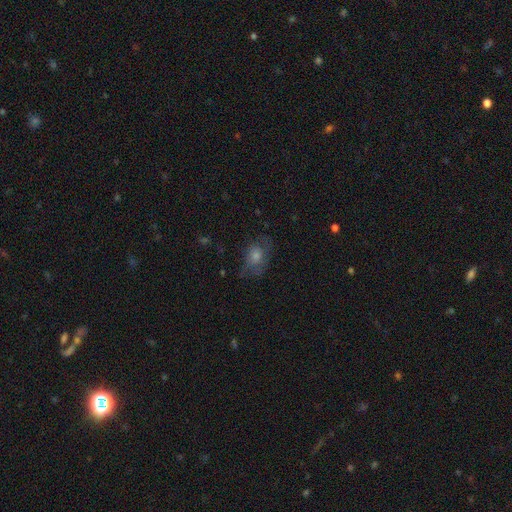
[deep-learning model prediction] Smooth or featured?
  - smooth: 48% *
  - featured or disk: 34%
  - star or artifact: 18%
Merging?
  - none: 65% *
  - minor disturbance: 21%
  - major disturbance: 12%
  - merger: 1%